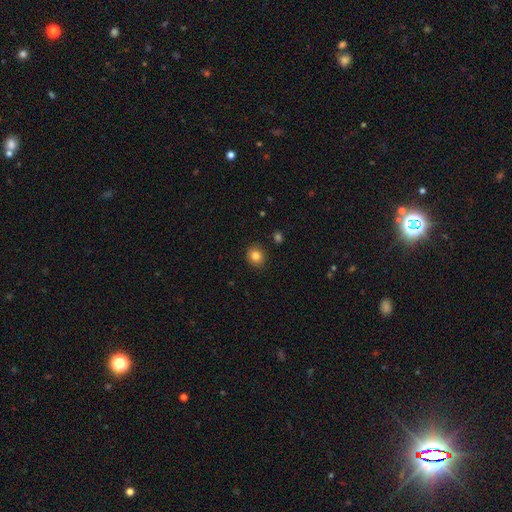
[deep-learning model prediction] smooth 82%, star or artifact 11%, featured or disk 7%. Down the decision tree: how rounded — round (77%); merging — none (89%).